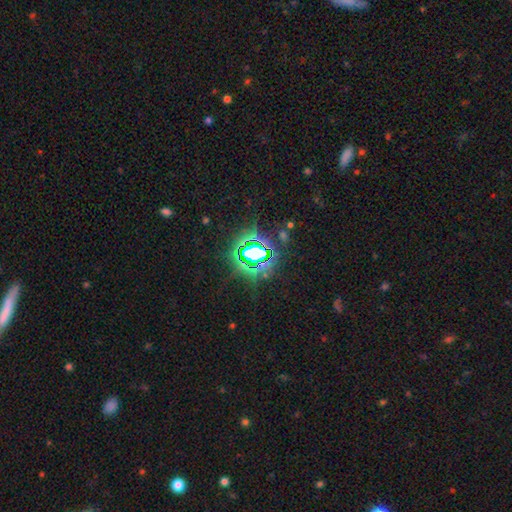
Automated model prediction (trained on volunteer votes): The model was most divided on "smooth or featured": star or artifact: 77%, smooth: 14%, featured or disk: 9%.